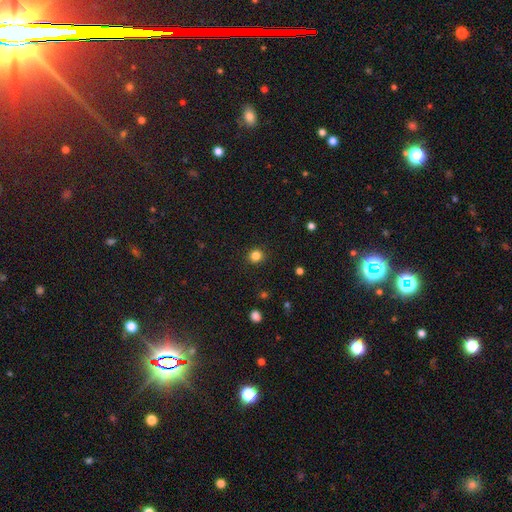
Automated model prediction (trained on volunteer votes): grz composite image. It shows a smooth galaxy with no disk features (84%) that is round (89%). Merging: none (91%).